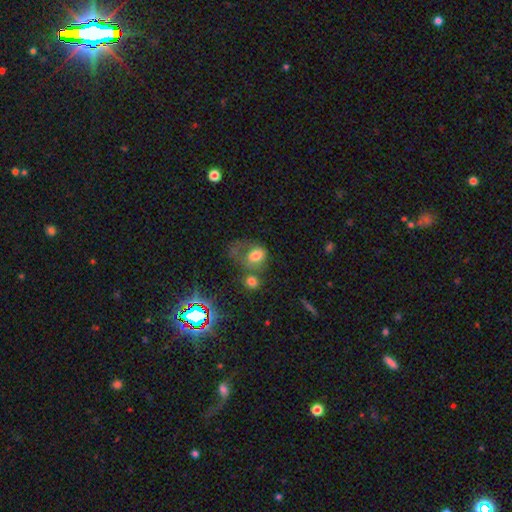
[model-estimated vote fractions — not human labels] smooth 63%, featured or disk 22%, star or artifact 15%. Down the decision tree: how rounded — in between (63%); merging — major disturbance (31%).